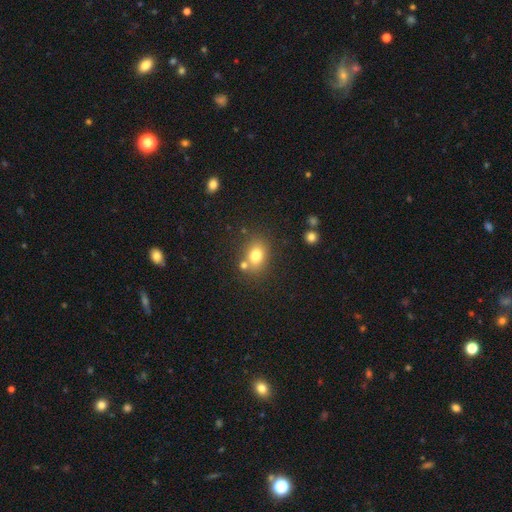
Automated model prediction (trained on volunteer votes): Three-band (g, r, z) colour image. It shows a smooth galaxy with no disk features (76%) that is in between round and cigar-shaped (56%). Merging: none (69%).